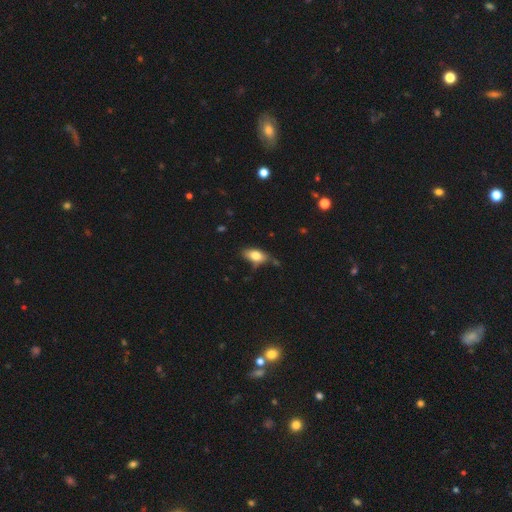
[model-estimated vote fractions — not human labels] smooth 77%, featured or disk 15%, star or artifact 8%. Down the decision tree: how rounded — in between (87%); merging — none (59%).